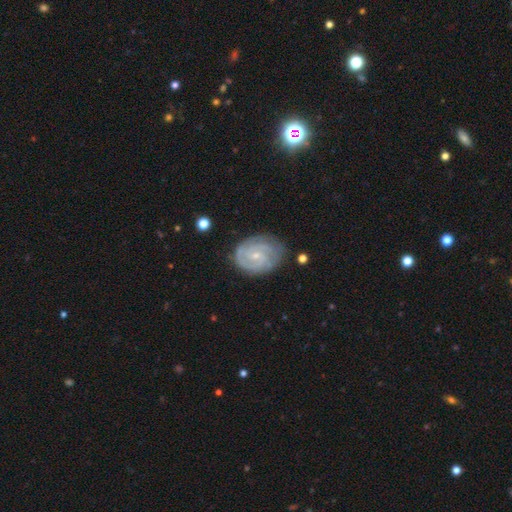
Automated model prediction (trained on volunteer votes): The model was most divided on "bar": no: 56%, weak: 37%, strong: 7%. Remaining: edge-on disk — no (98%); spiral arms — yes (97%); smooth or featured — featured or disk (86%); bulge size — small (77%); merging — none (76%); spiral winding — tight (69%); spiral arm count — 2 (48%).